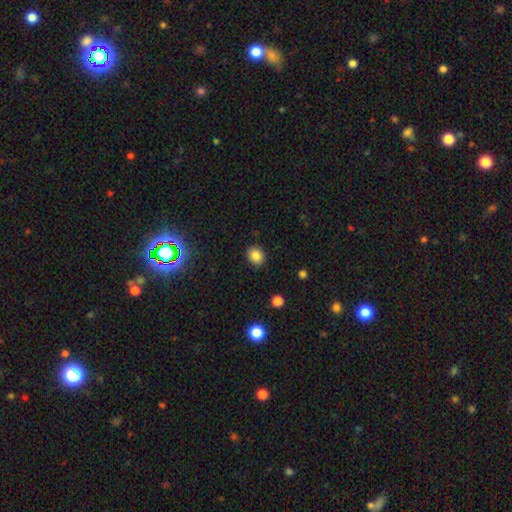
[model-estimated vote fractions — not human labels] A smooth galaxy with no disk features (84%) that is round (62%).

Vote fractions:
- Smooth or featured? smooth: 84% / star or artifact: 11% / featured or disk: 5%
- How rounded? round: 62% / in between: 37% / cigar-shaped: 1%
- Merging? none: 89% / minor disturbance: 7% / major disturbance: 2% / merger: 1%